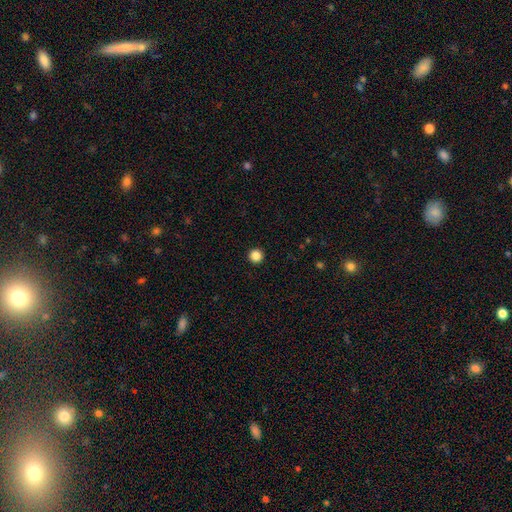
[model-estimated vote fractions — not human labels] smooth_or_featured: smooth (p=0.86) [alt: star or artifact p=0.11]
how_rounded: round (p=0.97) [alt: in between p=0.02]
merging: none (p=0.94) [alt: minor disturbance p=0.04]